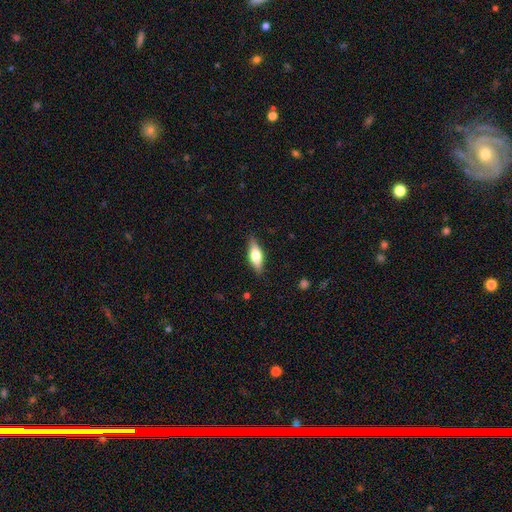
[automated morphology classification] This appears to be a smooth galaxy with no disk features (58%) that is in between round and cigar-shaped (63%). Merging: none (85%).